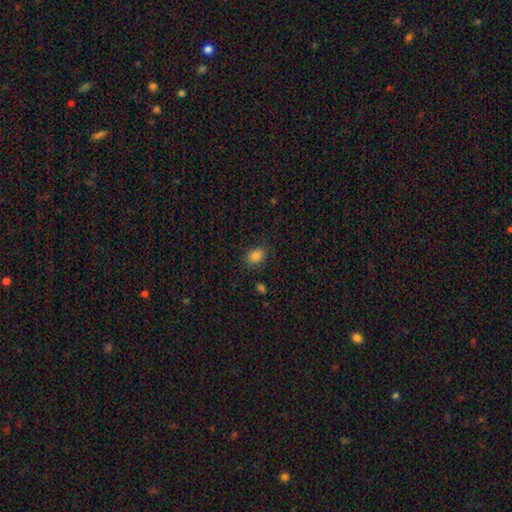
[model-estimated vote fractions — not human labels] Morphology: type=smooth (84%); roundness=in between (61%); merging=none (79%).